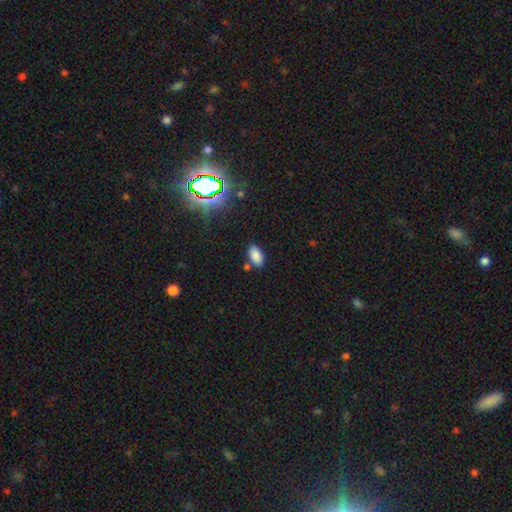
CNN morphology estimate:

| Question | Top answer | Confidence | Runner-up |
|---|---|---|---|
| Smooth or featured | smooth | 85% | star or artifact (11%) |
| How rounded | in between | 92% | cigar-shaped (5%) |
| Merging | none | 77% | minor disturbance (13%) |